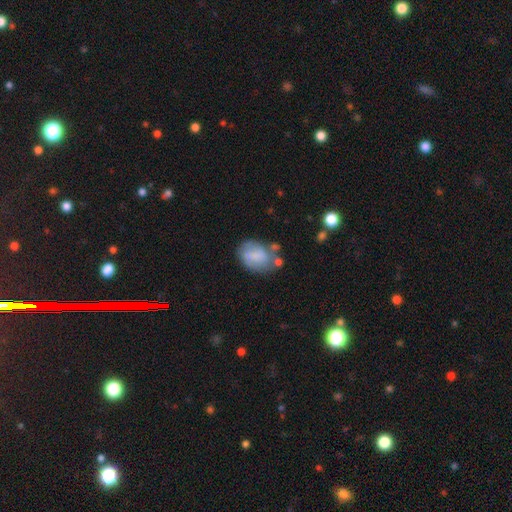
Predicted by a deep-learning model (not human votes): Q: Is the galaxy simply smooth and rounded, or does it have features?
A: smooth — 67%.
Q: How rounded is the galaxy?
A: in between — 75%.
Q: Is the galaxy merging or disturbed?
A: none — 46%.